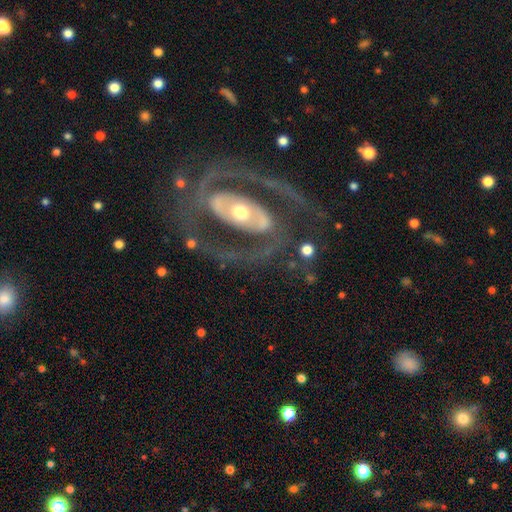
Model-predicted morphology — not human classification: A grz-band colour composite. It shows a featured or disk galaxy (89%) with no bar (40%), 2 (87%) medium (49%) spiral arms (86%) and a moderate central bulge (55%). Merging: none (74%).